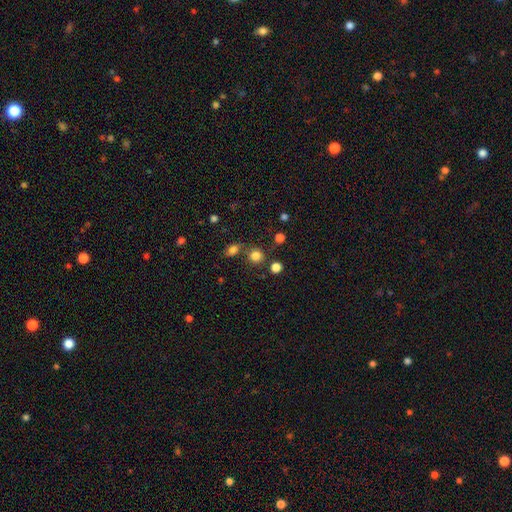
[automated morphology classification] Smooth or featured? Predicted: smooth (p=0.79). How rounded? Predicted: round (p=0.87). Merging? Predicted: none (p=0.71).